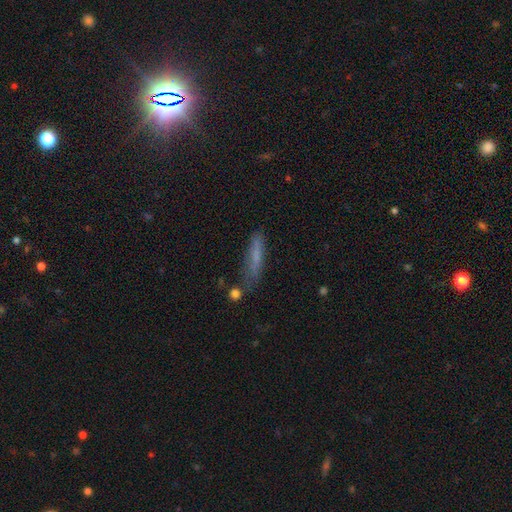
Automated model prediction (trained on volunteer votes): This appears to be a smooth galaxy with no disk features (66%) that is cigar-shaped (85%). Merging: none (67%).